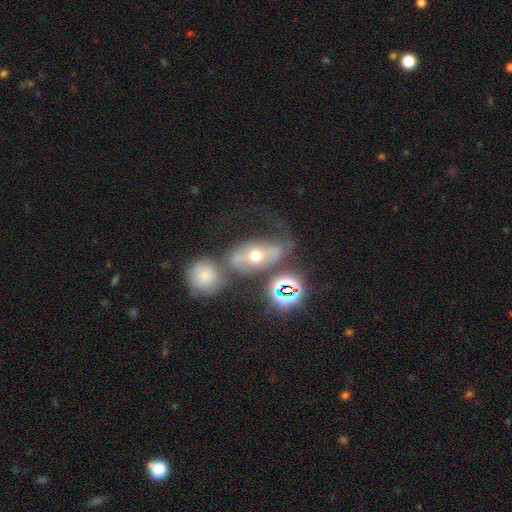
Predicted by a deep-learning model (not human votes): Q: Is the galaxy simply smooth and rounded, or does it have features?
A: featured or disk — 43%.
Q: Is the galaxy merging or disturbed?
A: none — 36%.